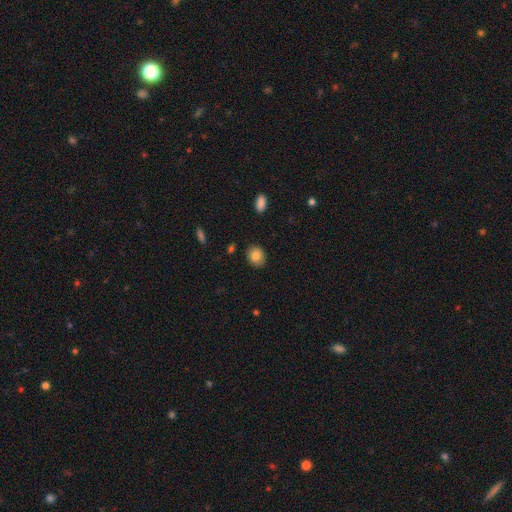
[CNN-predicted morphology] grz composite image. It shows a smooth galaxy with no disk features (83%) that is round (54%). Merging: none (87%).